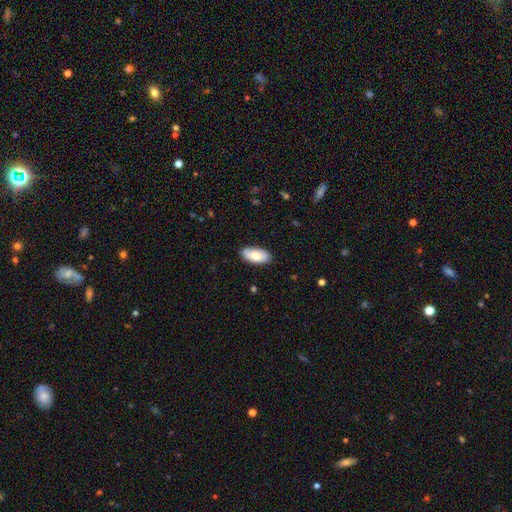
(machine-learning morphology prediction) type=smooth (76%); roundness=in between (92%); merging=none (84%).